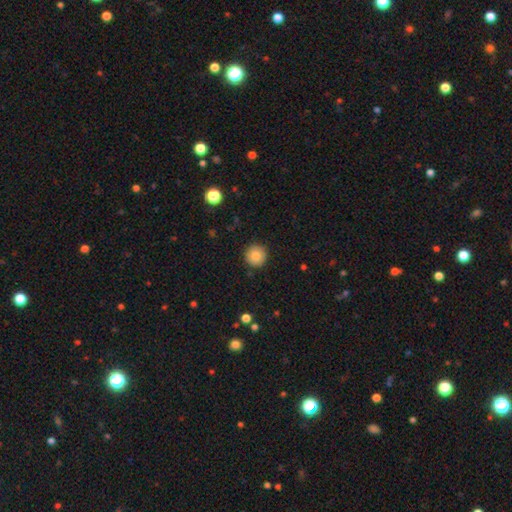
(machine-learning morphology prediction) A smooth galaxy with no disk features (85%) that is round (96%). Merging: none (92%).